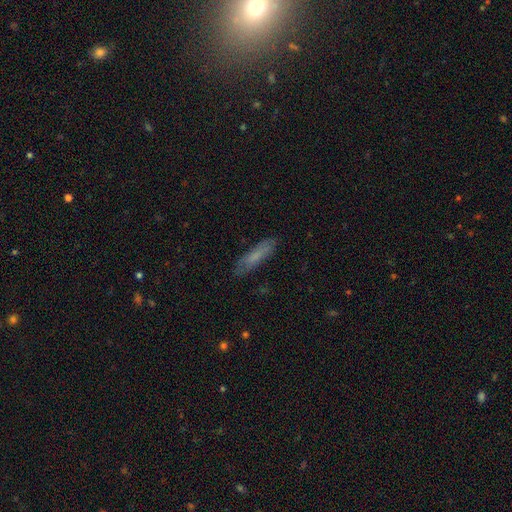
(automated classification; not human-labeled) Smooth or featured? smooth (67%)
How rounded? cigar-shaped (72%)
Merging? none (81%)